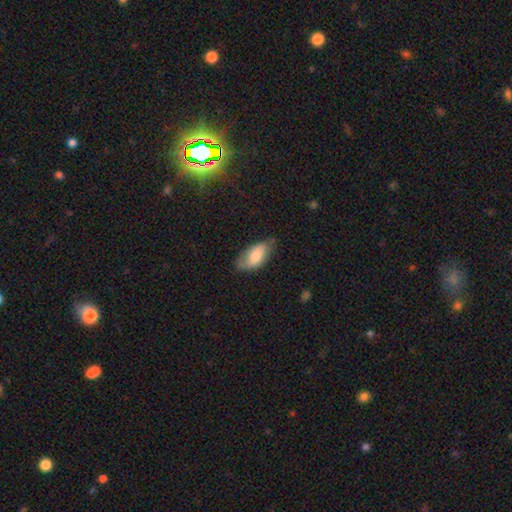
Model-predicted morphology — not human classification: This appears to be a smooth galaxy with no disk features (69%) that is in between round and cigar-shaped (91%). Merging: none (65%).